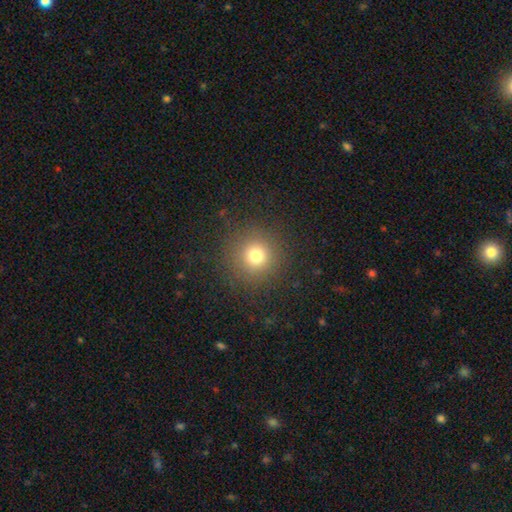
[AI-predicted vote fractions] Smooth or featured: smooth — 73% (star or artifact — 18%)
How rounded: round — 95% (in between — 4%)
Merging: none — 88% (minor disturbance — 7%)